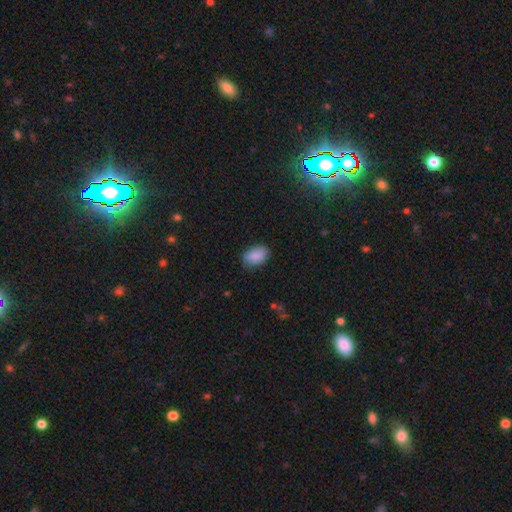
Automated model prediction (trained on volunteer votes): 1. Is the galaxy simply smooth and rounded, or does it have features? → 87% smooth, 7% star or artifact, 6% featured or disk.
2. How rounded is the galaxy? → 88% in between, 10% round, 2% cigar-shaped.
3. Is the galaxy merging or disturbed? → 79% none, 16% minor disturbance, 3% major disturbance, 1% merger.